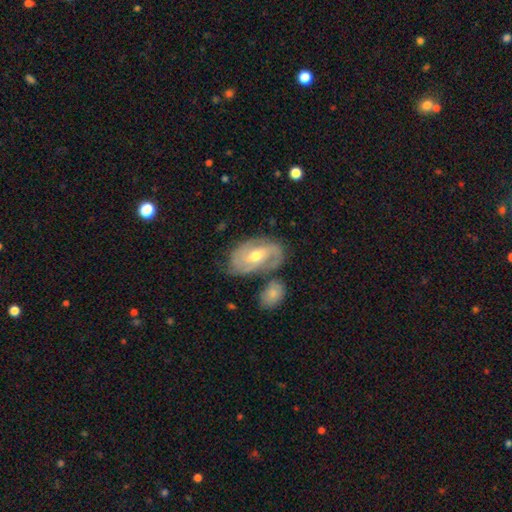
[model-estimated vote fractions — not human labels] Smooth or featured? featured or disk (77%)
Edge-on disk? no (95%)
Bar? weak (43%)
Spiral arms? yes (90%)
Spiral winding? tight (47%)
Spiral arm count? 2 (55%)
Bulge size? moderate (68%)
Merging? none (58%)